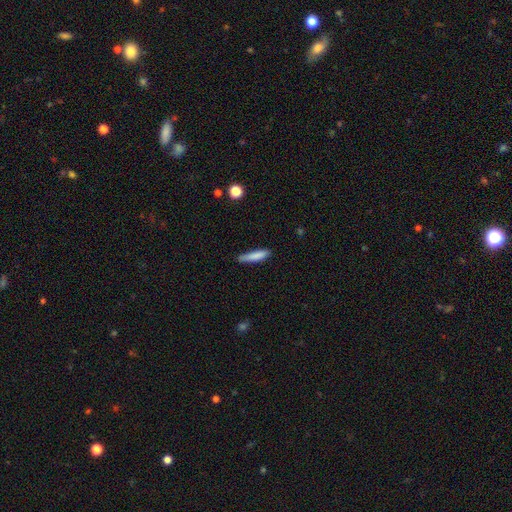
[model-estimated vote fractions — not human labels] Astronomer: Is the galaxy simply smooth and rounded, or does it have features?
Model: smooth — 82%.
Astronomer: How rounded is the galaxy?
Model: cigar-shaped — 86%.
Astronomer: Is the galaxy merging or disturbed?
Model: none — 74%.